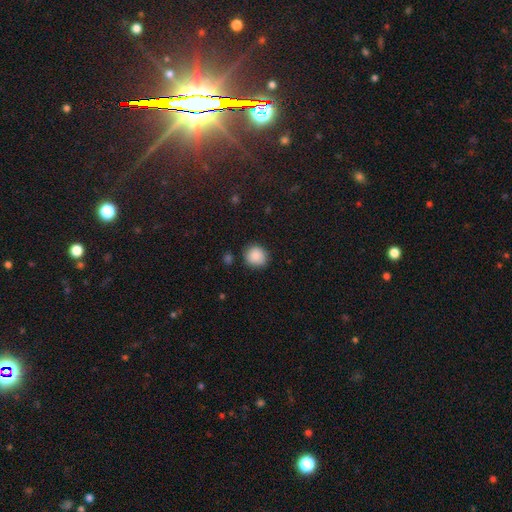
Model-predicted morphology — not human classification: smooth_or_featured: smooth (p=0.88) [alt: star or artifact p=0.08]
how_rounded: round (p=0.87) [alt: in between p=0.12]
merging: none (p=0.85) [alt: minor disturbance p=0.11]